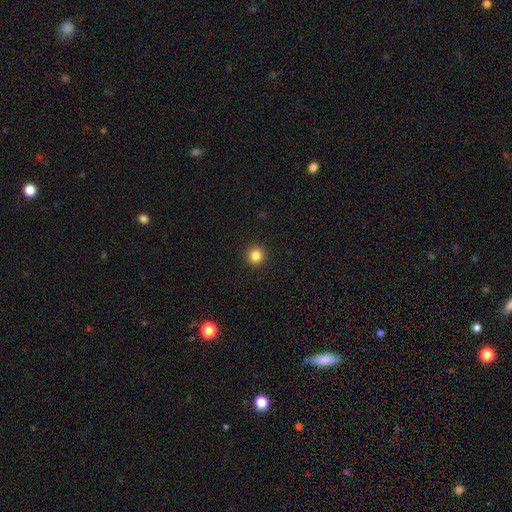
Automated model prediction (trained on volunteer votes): A smooth galaxy with no disk features (84%) that is round (95%). Merging: none (94%).